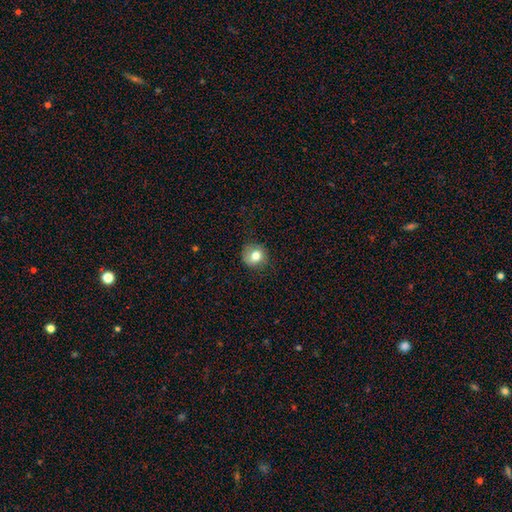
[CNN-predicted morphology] type=smooth (77%); roundness=round (85%); merging=none (77%).